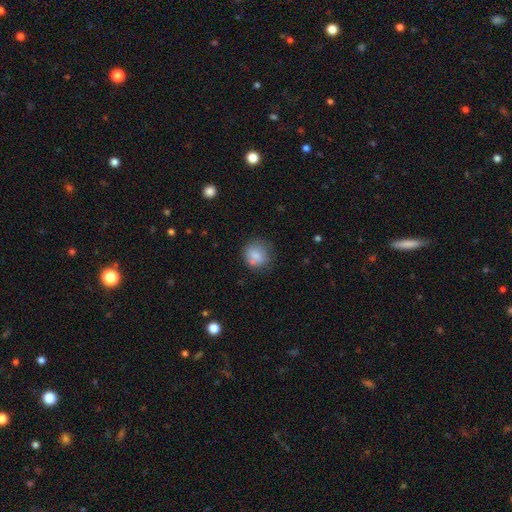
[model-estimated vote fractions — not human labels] Morphology: type=smooth (79%); roundness=round (81%); merging=none (69%).